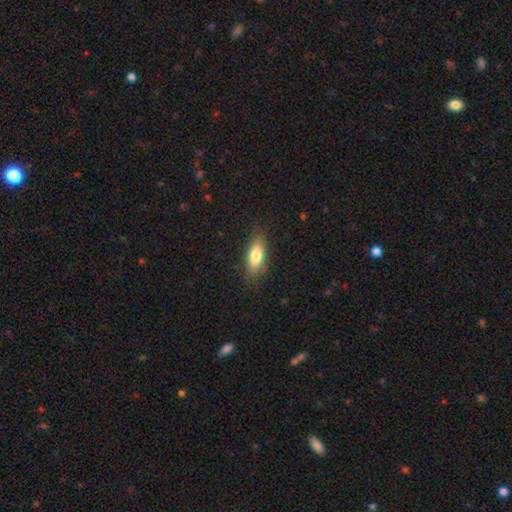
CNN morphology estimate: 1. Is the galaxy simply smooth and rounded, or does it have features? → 78% smooth, 15% featured or disk, 7% star or artifact.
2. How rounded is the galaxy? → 78% in between, 19% cigar-shaped, 3% round.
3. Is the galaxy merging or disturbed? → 81% none, 14% minor disturbance, 4% major disturbance, 1% merger.